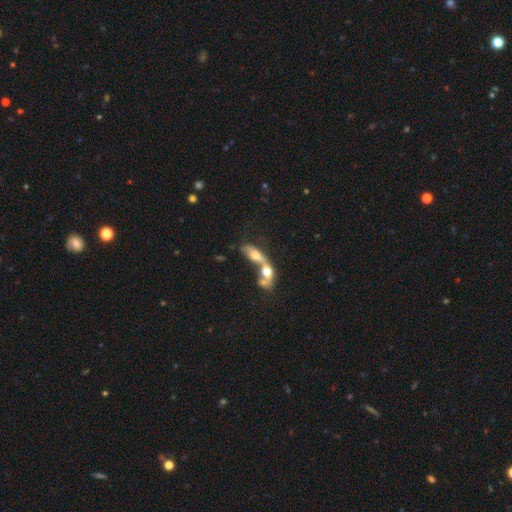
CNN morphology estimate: Overall: smooth (53%; featured or disk 38%). How rounded: in between (63%). Merging: merger (77%).